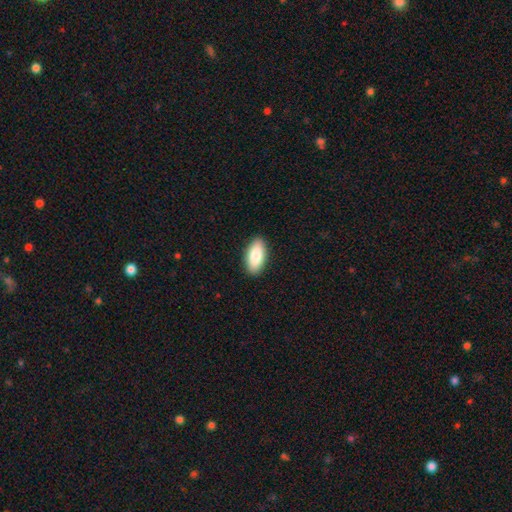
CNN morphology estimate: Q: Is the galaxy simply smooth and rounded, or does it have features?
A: smooth — 85%.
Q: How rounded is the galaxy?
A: in between — 89%.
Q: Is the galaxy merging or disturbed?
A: none — 90%.